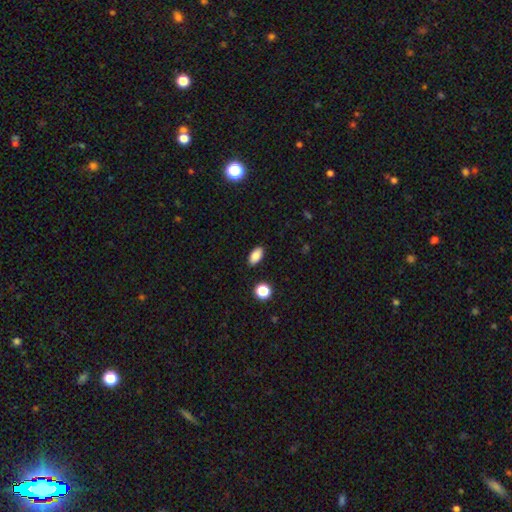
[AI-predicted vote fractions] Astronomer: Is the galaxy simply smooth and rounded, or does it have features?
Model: smooth — 86%.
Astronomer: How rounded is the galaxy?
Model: in between — 91%.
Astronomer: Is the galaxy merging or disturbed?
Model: none — 89%.